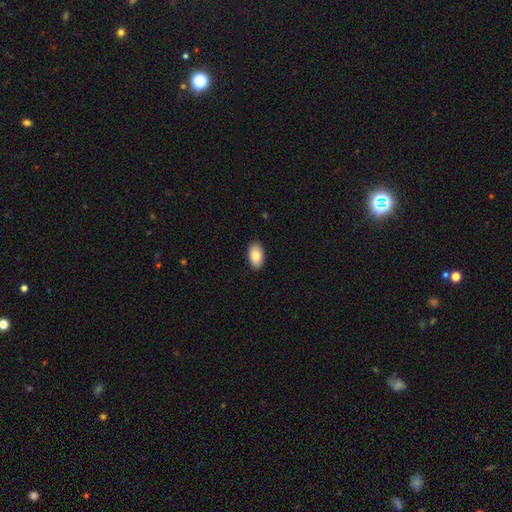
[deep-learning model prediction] A smooth galaxy with no disk features (88%) that is in between round and cigar-shaped (95%). Merging: none (90%).